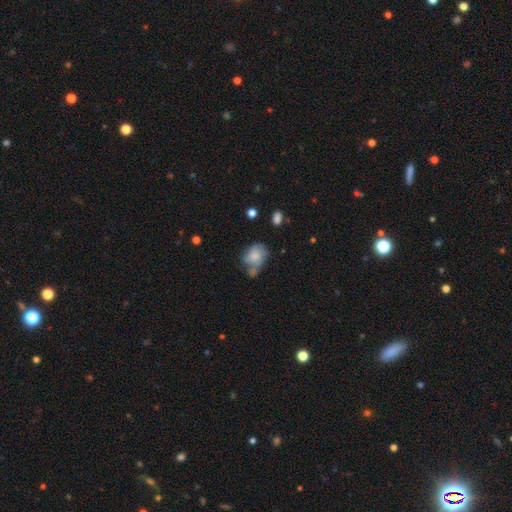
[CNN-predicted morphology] The model was most divided on "merging": none: 34%, minor disturbance: 30%, merger: 20%, major disturbance: 17%. More confident: smooth or featured — smooth (68%); how rounded — in between (67%).